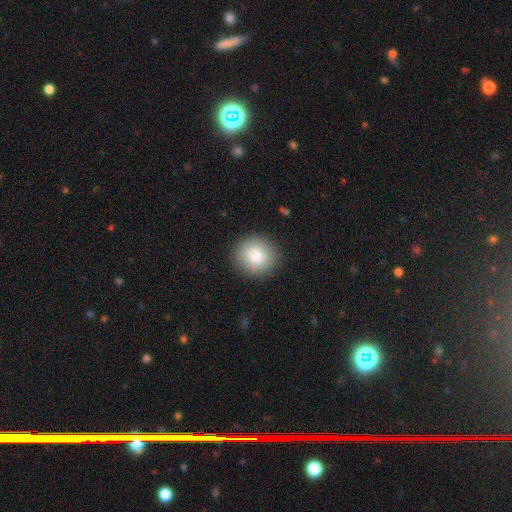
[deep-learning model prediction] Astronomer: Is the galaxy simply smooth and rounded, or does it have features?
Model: smooth — 85%.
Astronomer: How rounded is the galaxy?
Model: round — 85%.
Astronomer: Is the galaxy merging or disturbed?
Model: none — 89%.